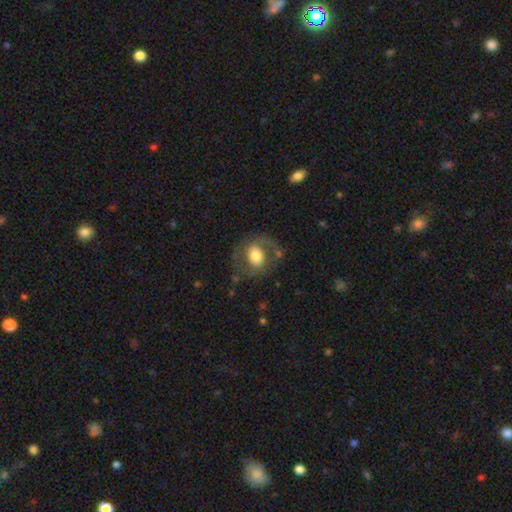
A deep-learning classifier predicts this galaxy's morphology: Smooth or featured: featured or disk — 58% (smooth — 35%)
Edge-on disk: no — 96% (yes — 4%)
Bar: no — 49% (weak — 34%)
Spiral arms: yes — 67% (no — 33%)
Bulge size: moderate — 47% (large — 39%)
Merging: none — 67% (minor disturbance — 17%)